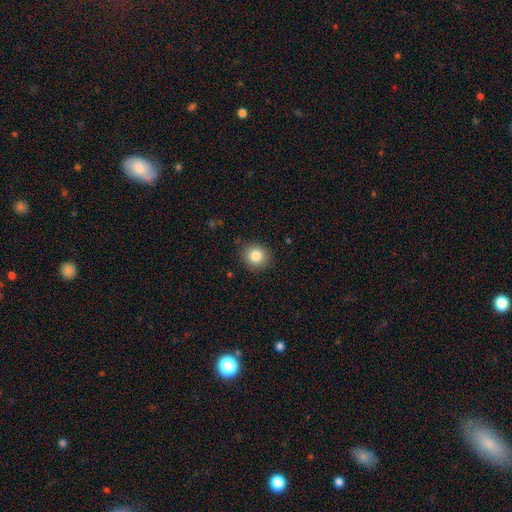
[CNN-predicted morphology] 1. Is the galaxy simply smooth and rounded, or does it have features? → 84% smooth, 10% star or artifact, 6% featured or disk.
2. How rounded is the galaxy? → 84% round, 16% in between, 1% cigar-shaped.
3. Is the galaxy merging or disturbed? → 87% none, 10% minor disturbance, 2% major disturbance, 1% merger.